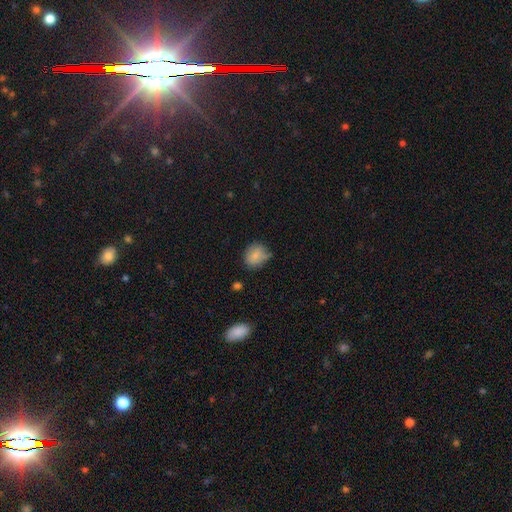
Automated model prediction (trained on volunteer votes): A smooth galaxy with no disk features (80%) that is round (65%). Merging: none (60%).